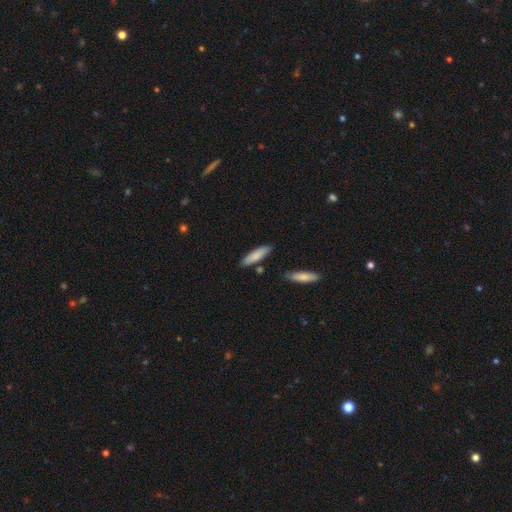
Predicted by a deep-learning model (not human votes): Smooth or featured?
  - smooth: 82% *
  - featured or disk: 13%
  - star or artifact: 6%
How rounded?
  - cigar-shaped: 66% *
  - in between: 33%
  - round: 2%
Merging?
  - none: 82% *
  - minor disturbance: 11%
  - merger: 5%
  - major disturbance: 2%